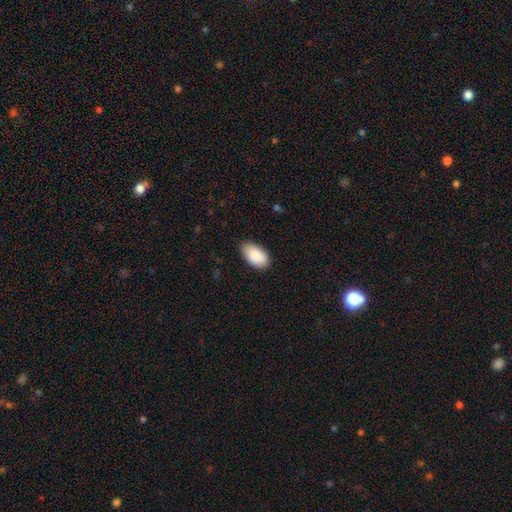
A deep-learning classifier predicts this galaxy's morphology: Smooth or featured?
  - smooth: 89% *
  - star or artifact: 6%
  - featured or disk: 6%
How rounded?
  - in between: 95% *
  - round: 3%
  - cigar-shaped: 2%
Merging?
  - none: 83% *
  - minor disturbance: 14%
  - major disturbance: 2%
  - merger: 1%